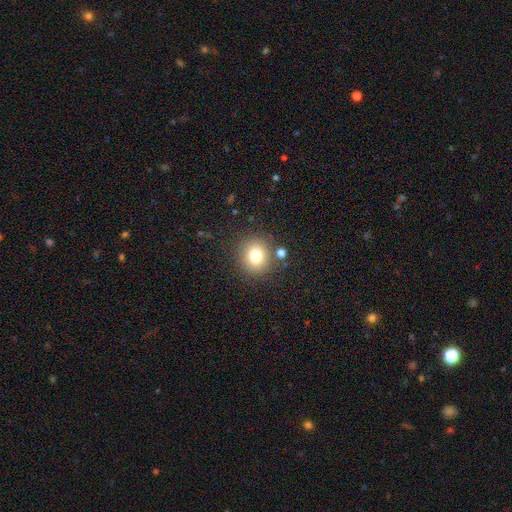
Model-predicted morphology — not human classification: type=smooth (77%); roundness=round (84%); merging=none (83%).